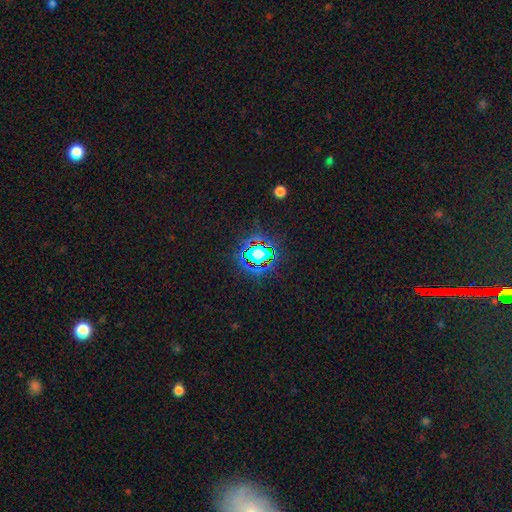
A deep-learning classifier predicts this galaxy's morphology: smooth-or-featured: star or artifact: 69% | smooth: 19% | featured or disk: 11%